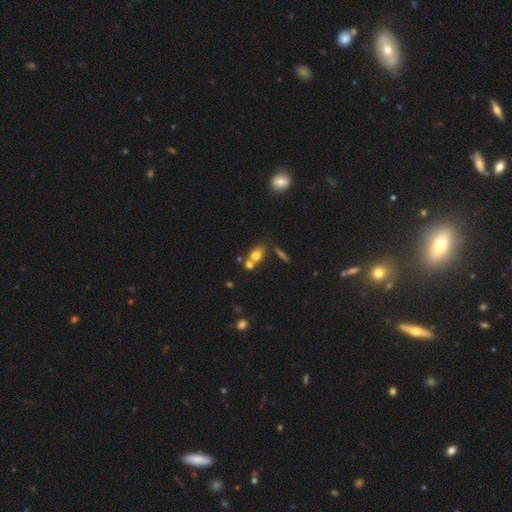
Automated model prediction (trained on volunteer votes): smooth-or-featured: smooth: 72% | featured or disk: 17% | star or artifact: 12%
  how-rounded: in between: 59% | round: 35% | cigar-shaped: 6%
  merging: none: 45% | merger: 41% | minor disturbance: 10% | major disturbance: 4%